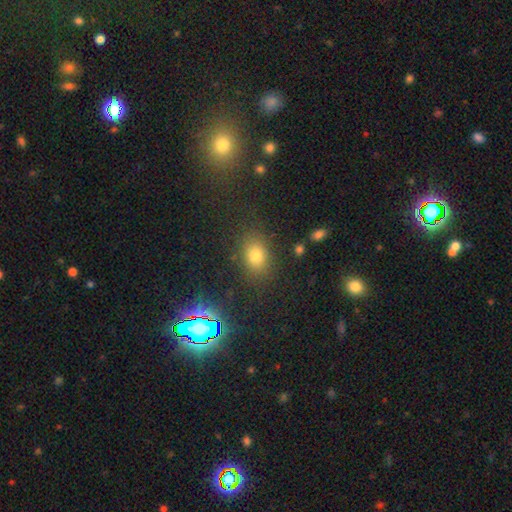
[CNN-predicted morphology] This appears to be a smooth galaxy with no disk features (71%) that is in between round and cigar-shaped (66%). Merging: none (84%).